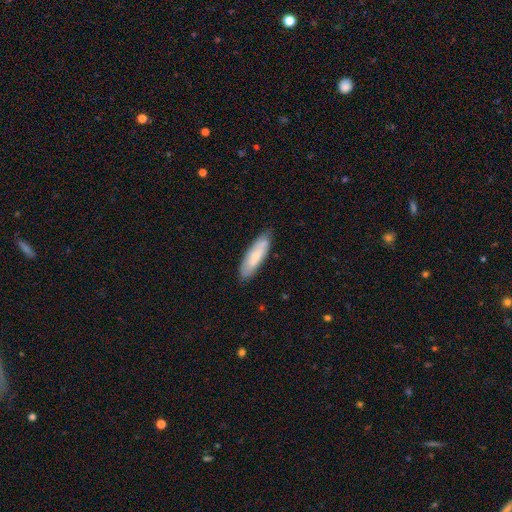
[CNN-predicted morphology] This appears to be a smooth galaxy with no disk features (66%) that is cigar-shaped (55%). Merging: none (80%).